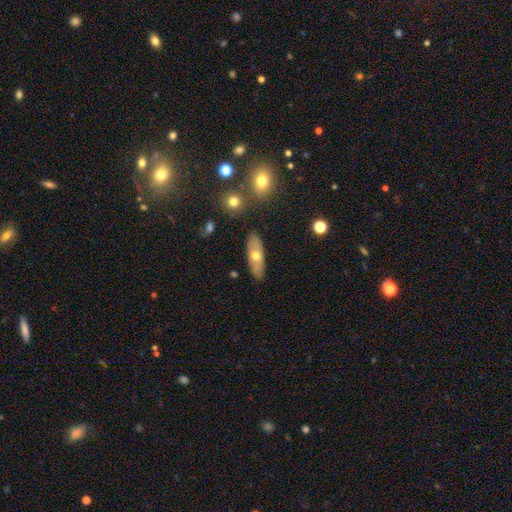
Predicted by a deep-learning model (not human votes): A smooth galaxy with no disk features (55%) that is in between round and cigar-shaped (66%).

Vote fractions:
- Smooth or featured? smooth: 55% / featured or disk: 39% / star or artifact: 6%
- How rounded? in between: 66% / cigar-shaped: 30% / round: 4%
- Merging? none: 85% / minor disturbance: 10% / major disturbance: 2% / merger: 2%